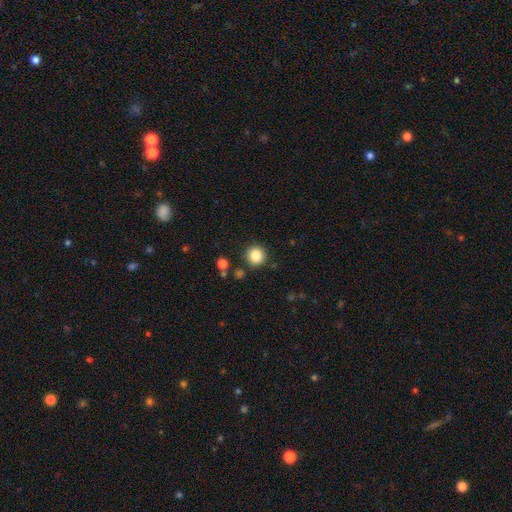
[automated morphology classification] smooth-or-featured: smooth: 85% | star or artifact: 10% | featured or disk: 5%
  how-rounded: round: 92% | in between: 7% | cigar-shaped: 1%
  merging: none: 89% | minor disturbance: 7% | merger: 3% | major disturbance: 2%